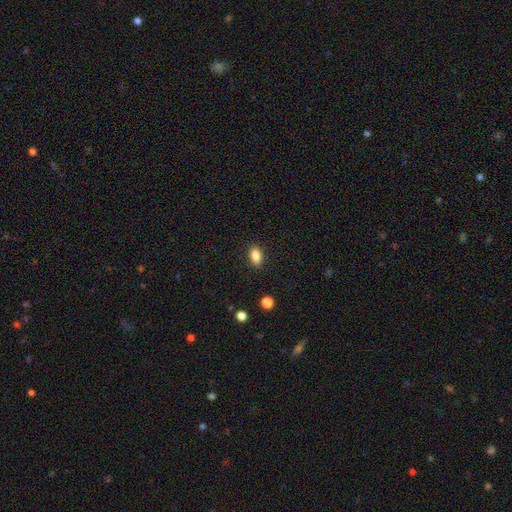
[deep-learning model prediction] Smooth or featured? smooth (86%)
How rounded? in between (88%)
Merging? none (88%)